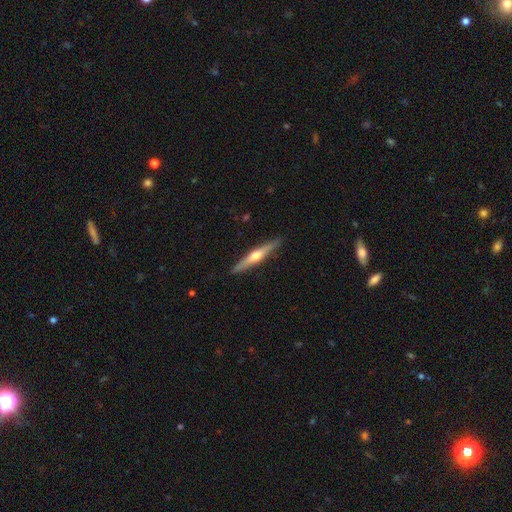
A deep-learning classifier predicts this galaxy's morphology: Smooth or featured? featured or disk (63%)
Edge-on disk? yes (96%)
Edge-on bulge? rounded (89%)
Merging? none (89%)